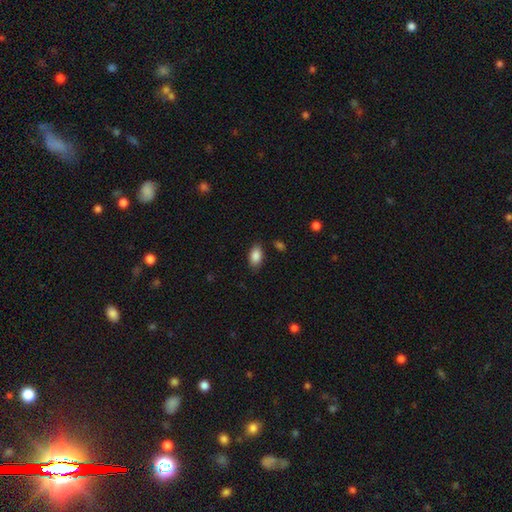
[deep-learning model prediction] Q: Smooth or featured?
A: smooth (88%); runner-up: star or artifact (8%)
Q: How rounded?
A: in between (92%); runner-up: round (5%)
Q: Merging?
A: none (84%); runner-up: minor disturbance (12%)